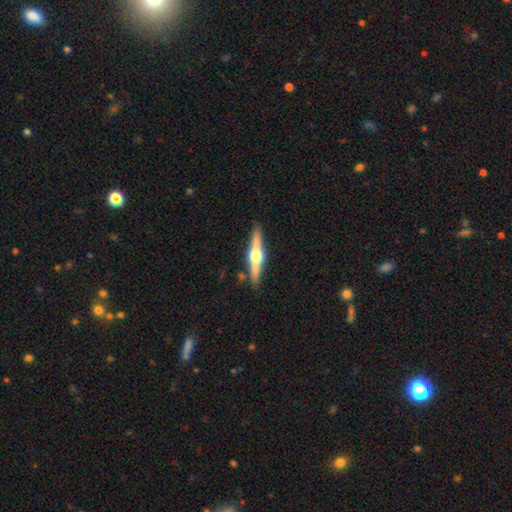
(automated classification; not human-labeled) The model was most divided on "smooth or featured": featured or disk: 77%, smooth: 18%, star or artifact: 5%. More confident: edge-on disk — yes (98%); edge-on bulge — rounded (96%); merging — none (89%).